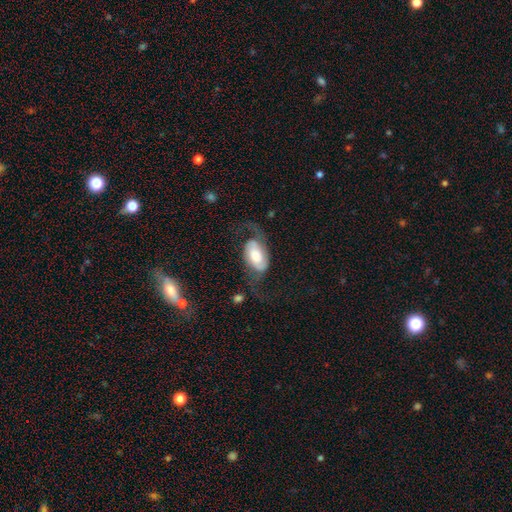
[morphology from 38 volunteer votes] Overall: featured or disk (68%). Edge-on disk: no (96%). Bar: no (52%; weak 40%). Spiral arms: yes (80%). Spiral arm count: 2 (95%). Spiral winding: loose (85%). Bulge size: large (52%; moderate 24%). Merging: none (49%; major disturbance 29%).